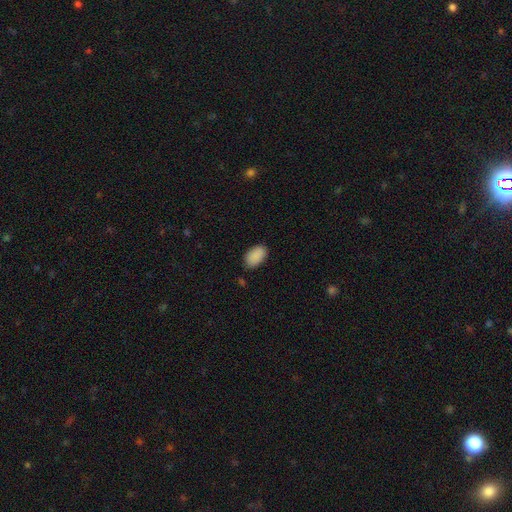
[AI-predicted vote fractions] smooth_or_featured: smooth (p=0.90) [alt: star or artifact p=0.07]
how_rounded: in between (p=0.92) [alt: round p=0.06]
merging: none (p=0.82) [alt: minor disturbance p=0.14]